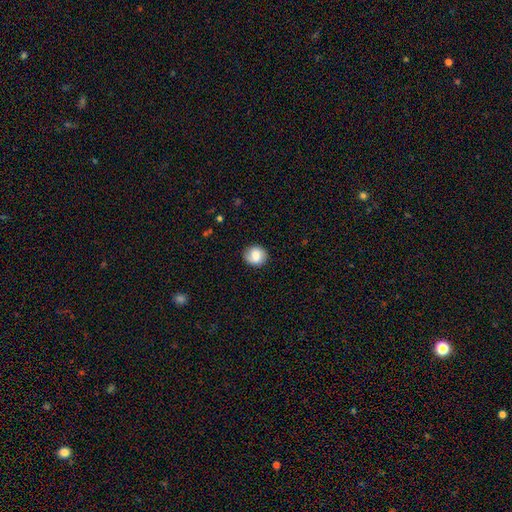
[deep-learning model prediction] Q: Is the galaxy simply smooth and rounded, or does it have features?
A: smooth — 78%.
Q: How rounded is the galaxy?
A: round — 80%.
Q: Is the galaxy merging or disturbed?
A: none — 83%.